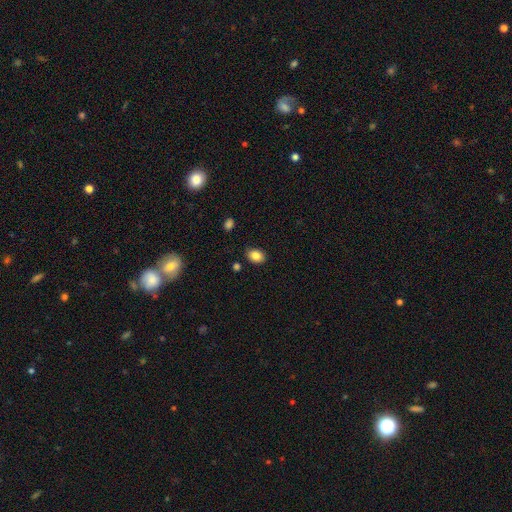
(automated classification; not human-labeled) smooth-or-featured: smooth: 85% | star or artifact: 9% | featured or disk: 6%
  how-rounded: in between: 73% | round: 26% | cigar-shaped: 1%
  merging: none: 84% | minor disturbance: 11% | major disturbance: 2% | merger: 2%